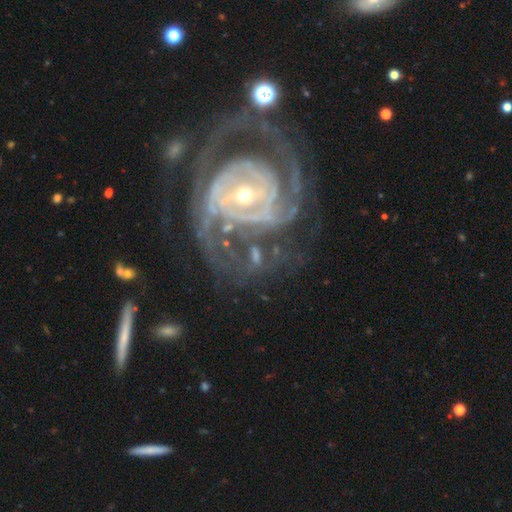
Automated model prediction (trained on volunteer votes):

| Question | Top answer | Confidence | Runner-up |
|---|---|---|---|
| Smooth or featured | featured or disk | 90% | star or artifact (6%) |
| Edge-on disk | no | 97% | yes (3%) |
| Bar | no | 45% | weak (32%) |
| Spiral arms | yes | 96% | no (4%) |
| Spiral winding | tight | 61% | medium (31%) |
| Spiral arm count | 2 | 29% | can't tell (22%) |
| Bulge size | small | 68% | moderate (28%) |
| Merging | none | 52% | major disturbance (25%) |